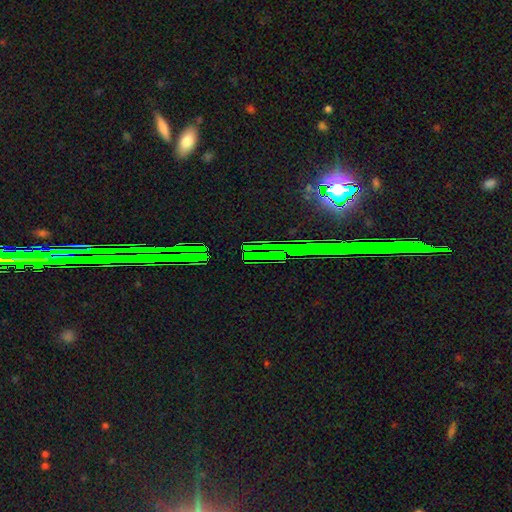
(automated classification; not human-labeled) smooth-or-featured: star or artifact: 76% | smooth: 13% | featured or disk: 11%